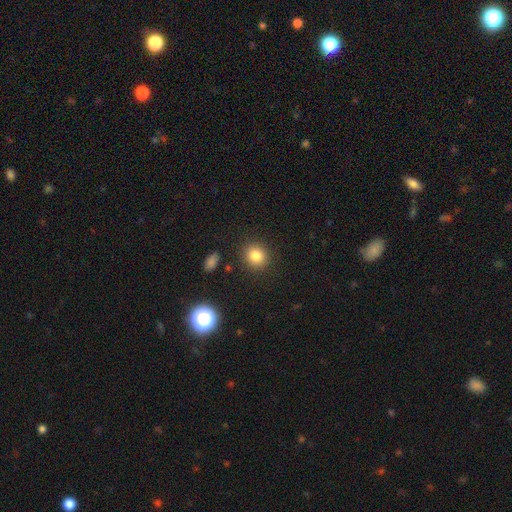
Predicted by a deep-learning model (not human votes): Overall: smooth (83%). How rounded: round (84%). Merging: none (89%).